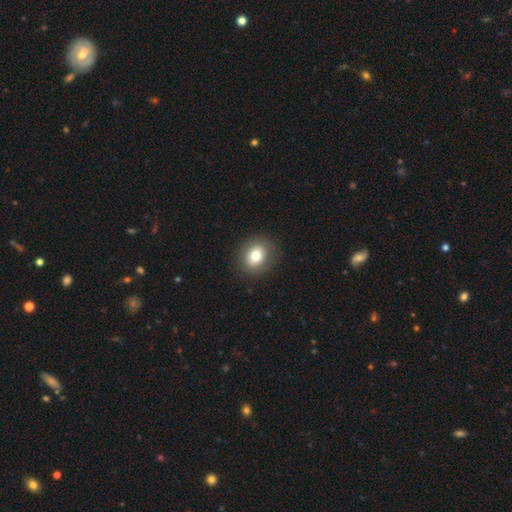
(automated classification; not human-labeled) Smooth or featured? Predicted: smooth (p=0.76). How rounded? Predicted: round (p=0.67). Merging? Predicted: none (p=0.88).